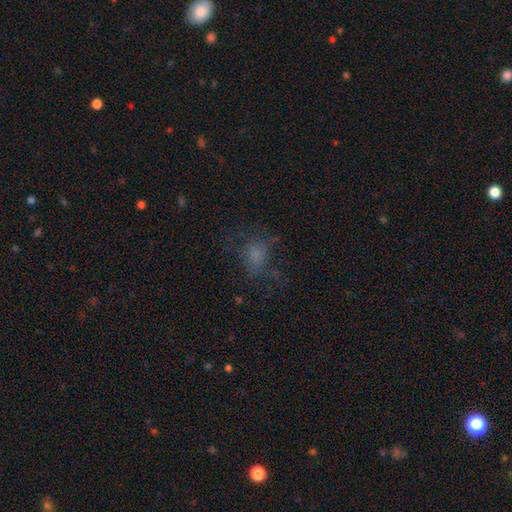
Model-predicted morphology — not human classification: Smooth or featured?
  - smooth: 61% *
  - star or artifact: 21%
  - featured or disk: 18%
How rounded?
  - in between: 54% *
  - round: 44%
  - cigar-shaped: 2%
Merging?
  - none: 51% *
  - major disturbance: 27%
  - minor disturbance: 20%
  - merger: 2%